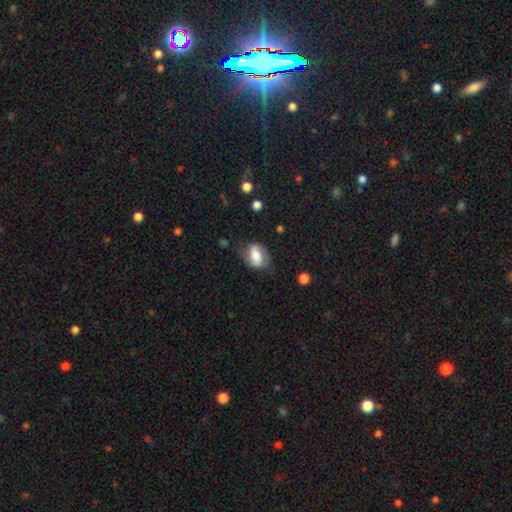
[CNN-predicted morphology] This is possibly a smooth galaxy (54%). How rounded: likely in between (79%). Merging: likely none (64%).